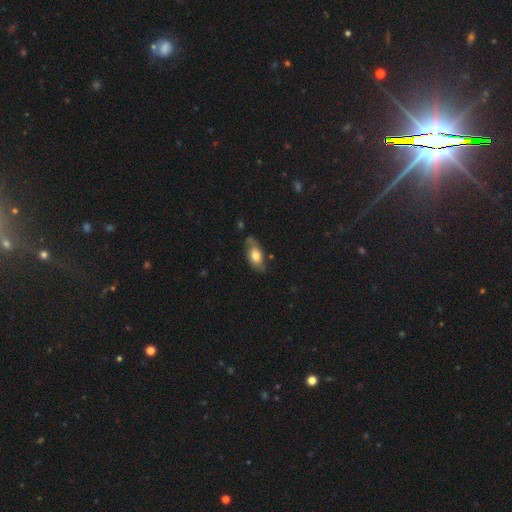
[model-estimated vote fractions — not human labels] This appears to be a smooth galaxy with no disk features (60%) that is in between round and cigar-shaped (88%). Merging: none (62%).